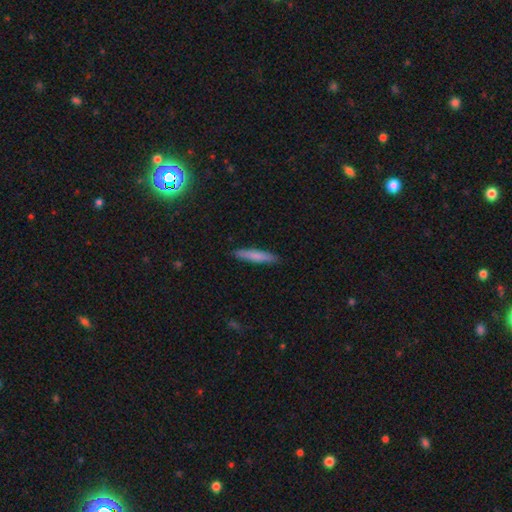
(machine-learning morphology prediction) A smooth galaxy with no disk features (78%) that is cigar-shaped (91%). Merging: none (90%).